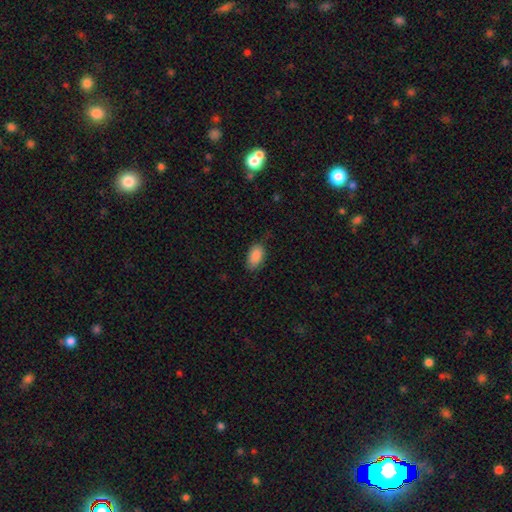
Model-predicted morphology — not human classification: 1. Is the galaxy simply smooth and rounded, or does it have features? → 88% smooth, 7% star or artifact, 4% featured or disk.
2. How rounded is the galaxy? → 93% in between, 5% round, 2% cigar-shaped.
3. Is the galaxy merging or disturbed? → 77% none, 19% minor disturbance, 4% major disturbance, 1% merger.